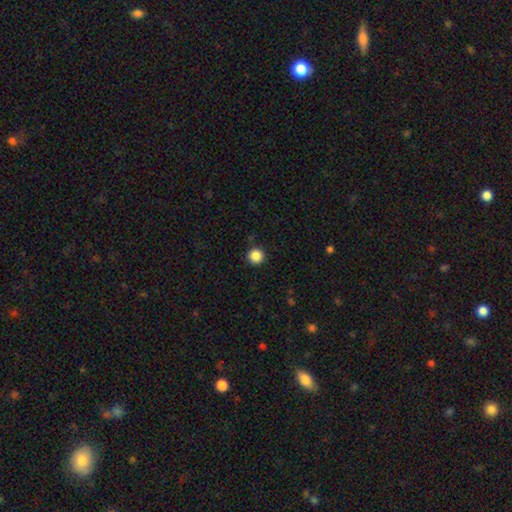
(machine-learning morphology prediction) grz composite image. It shows a smooth galaxy with no disk features (87%) that is round (96%). Merging: none (92%).